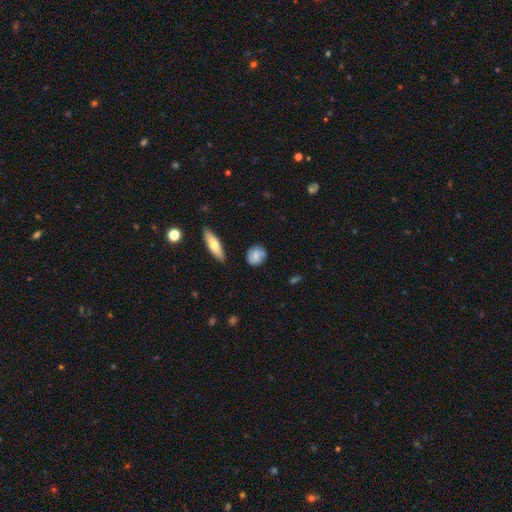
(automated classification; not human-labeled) The model was most divided on "how rounded": round: 65%, in between: 32%, cigar-shaped: 3%. More confident: merging — none (75%); smooth or featured — smooth (71%).